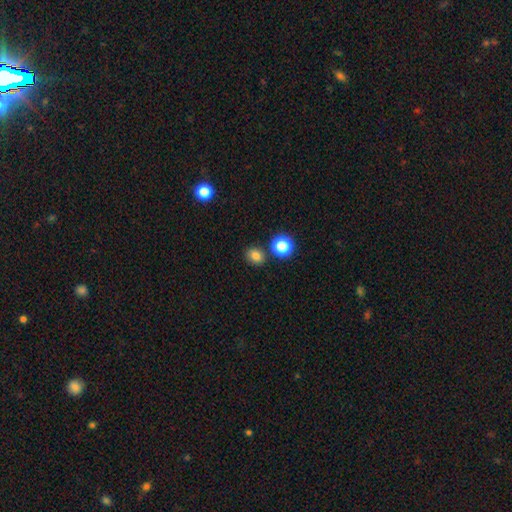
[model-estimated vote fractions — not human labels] Overall: smooth (79%). How rounded: round (67%; in between 32%). Merging: none (81%).